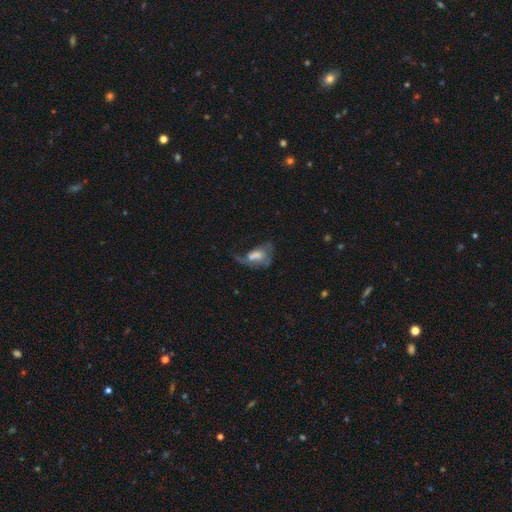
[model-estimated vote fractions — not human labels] Morphology: type=featured or disk (49%); merging=major disturbance (55%).